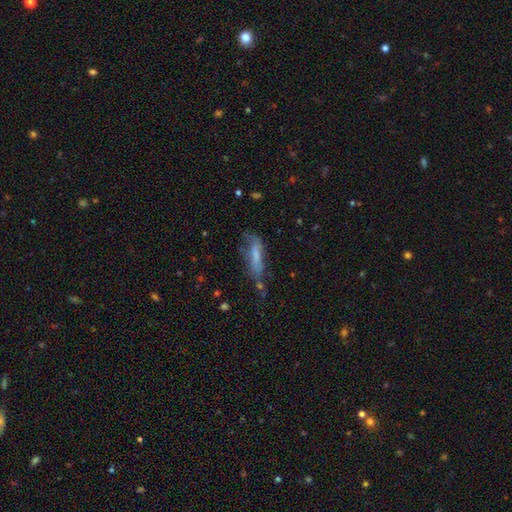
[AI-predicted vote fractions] Smooth or featured? Predicted: smooth (p=0.56). How rounded? Predicted: cigar-shaped (p=0.61). Merging? Predicted: none (p=0.40).